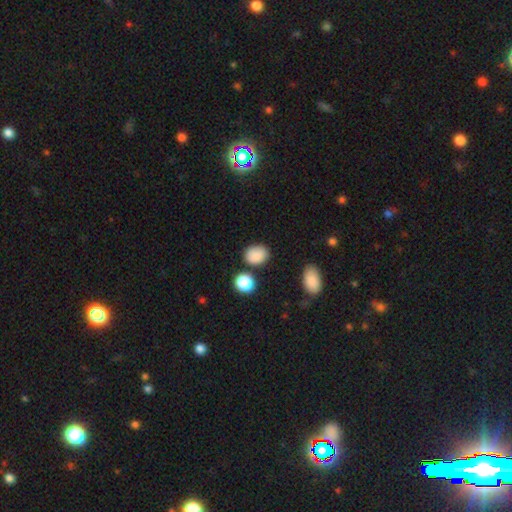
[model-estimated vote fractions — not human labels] Q: Smooth or featured?
A: smooth (87%); runner-up: star or artifact (9%)
Q: How rounded?
A: in between (61%); runner-up: round (38%)
Q: Merging?
A: none (75%); runner-up: minor disturbance (15%)